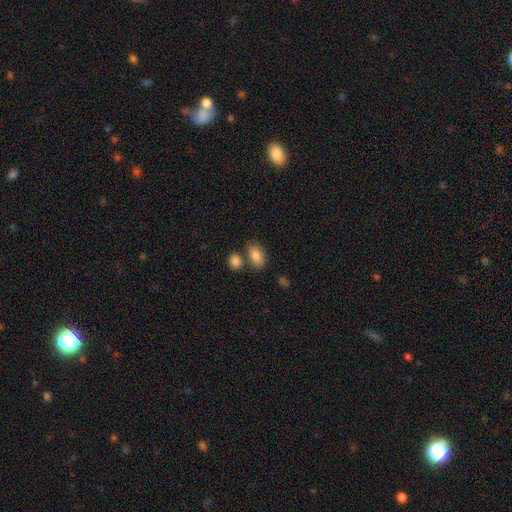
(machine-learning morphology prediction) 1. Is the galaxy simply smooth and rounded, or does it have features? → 84% smooth, 8% featured or disk, 8% star or artifact.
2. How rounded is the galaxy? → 86% in between, 12% round, 2% cigar-shaped.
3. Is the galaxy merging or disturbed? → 64% none, 19% merger, 13% minor disturbance, 4% major disturbance.